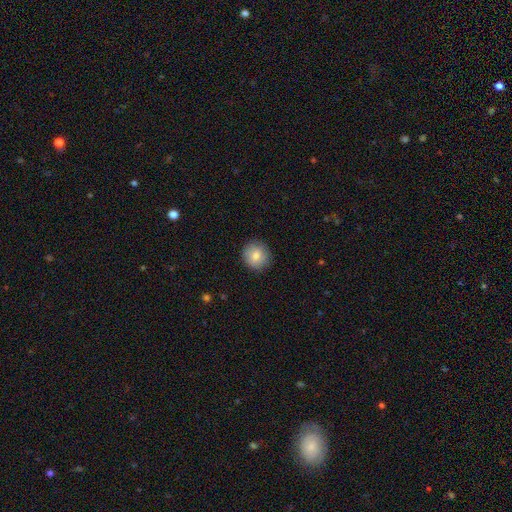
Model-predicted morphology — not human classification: type=smooth (81%); roundness=round (92%); merging=none (90%).